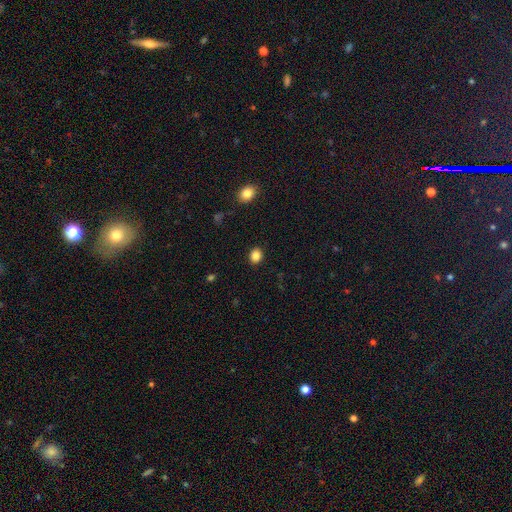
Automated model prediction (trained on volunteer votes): This is clearly a smooth galaxy (85%). How rounded: likely round (65%). Merging: clearly none (90%).